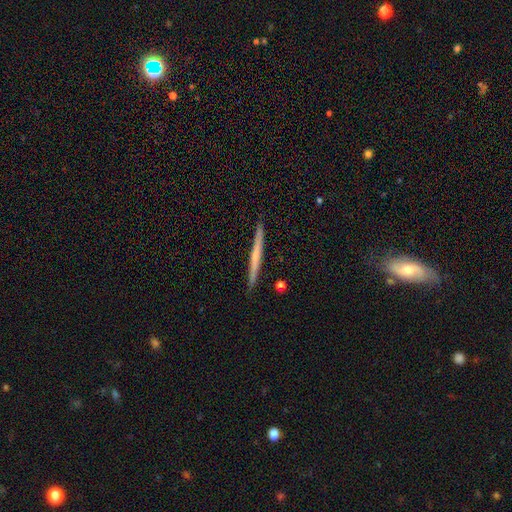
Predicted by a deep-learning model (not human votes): Smooth or featured: featured or disk — 53% (smooth — 42%)
Edge-on disk: yes — 97% (no — 3%)
Edge-on bulge: none — 65% (rounded — 30%)
Merging: none — 91% (minor disturbance — 6%)